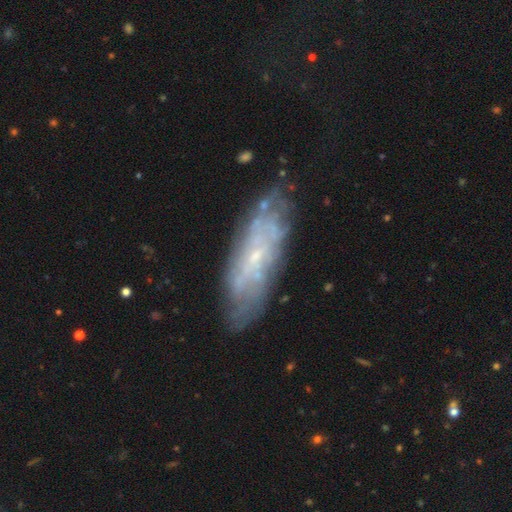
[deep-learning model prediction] Overall: featured or disk (70%). Edge-on disk: no (81%). Bar: no (70%). Spiral arms: yes (65%; no 35%). Bulge size: small (79%). Merging: none (72%).